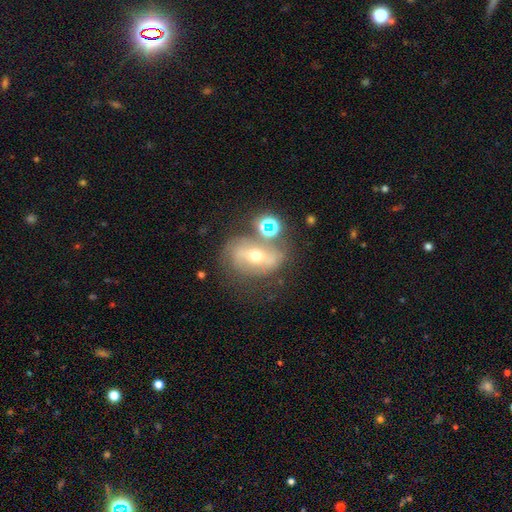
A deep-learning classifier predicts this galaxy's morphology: smooth-or-featured: featured or disk: 65% | smooth: 22% | star or artifact: 13%
  disk-edge-on: no: 92% | yes: 8%
    bar: strong: 41% | weak: 31% | no: 27%
    has-spiral-arms: yes: 68% | no: 32%
    bulge-size: moderate: 66% | small: 27% | large: 5% | none: 1% | dominant: 1%
  merging: none: 56% | minor disturbance: 19% | merger: 13% | major disturbance: 12%